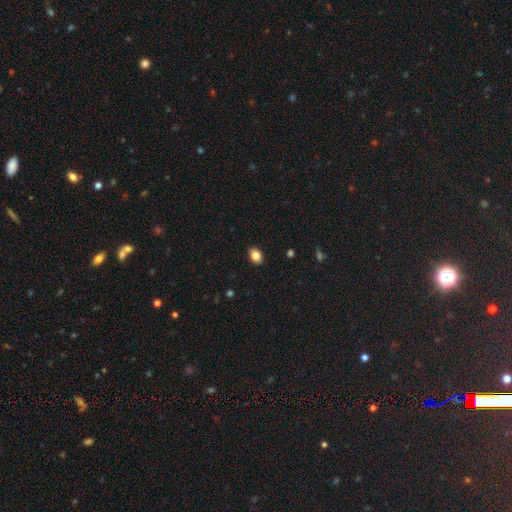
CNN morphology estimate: A smooth galaxy with no disk features (85%) that is in between round and cigar-shaped (77%).

Vote fractions:
- Smooth or featured? smooth: 85% / star or artifact: 9% / featured or disk: 6%
- How rounded? in between: 77% / round: 22% / cigar-shaped: 1%
- Merging? none: 90% / minor disturbance: 7% / major disturbance: 2% / merger: 1%